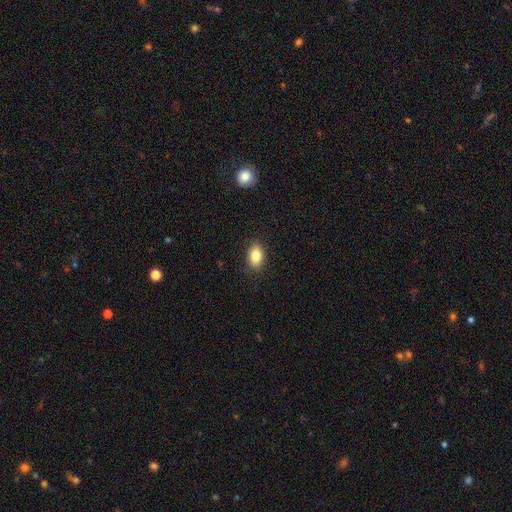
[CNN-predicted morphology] The model was most divided on "how rounded": in between: 85%, round: 14%, cigar-shaped: 2%. More confident: merging — none (88%); smooth or featured — smooth (83%).